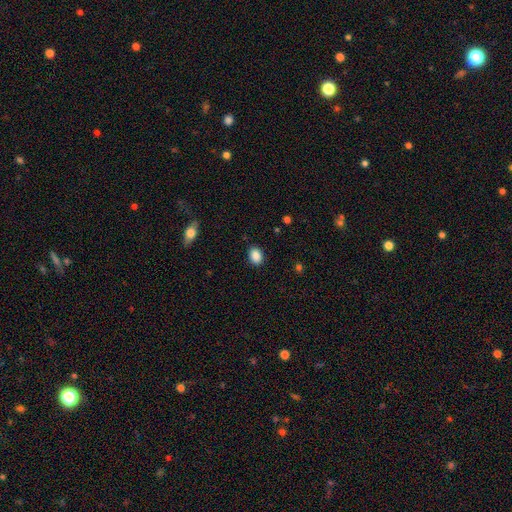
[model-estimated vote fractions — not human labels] Smooth or featured: smooth — 88% (star or artifact — 8%)
How rounded: in between — 76% (round — 23%)
Merging: none — 87% (minor disturbance — 10%)